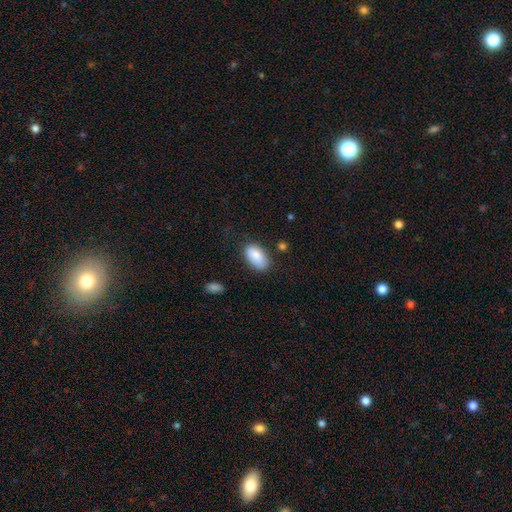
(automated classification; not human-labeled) A smooth galaxy with no disk features (86%) that is in between round and cigar-shaped (94%).

Vote fractions:
- Smooth or featured? smooth: 86% / featured or disk: 8% / star or artifact: 7%
- How rounded? in between: 94% / round: 3% / cigar-shaped: 2%
- Merging? none: 75% / minor disturbance: 18% / major disturbance: 5% / merger: 2%